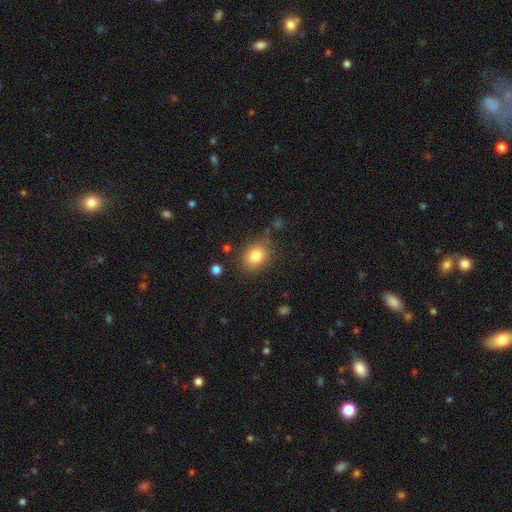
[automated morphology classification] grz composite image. It shows a smooth galaxy with no disk features (81%) that is in between round and cigar-shaped (54%). Merging: none (76%).